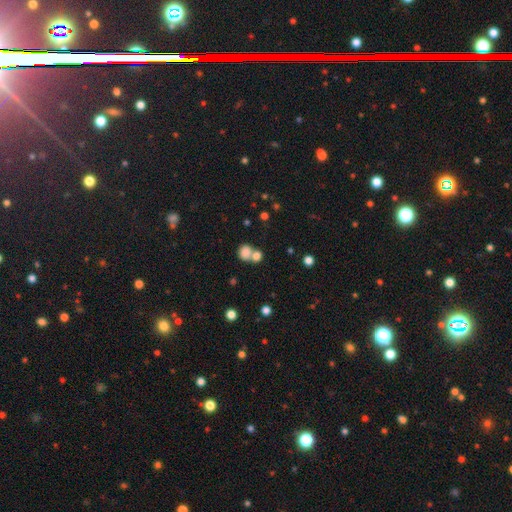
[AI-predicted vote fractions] Smooth or featured: smooth — 80% (star or artifact — 12%)
How rounded: round — 70% (in between — 29%)
Merging: merger — 51% (none — 38%)